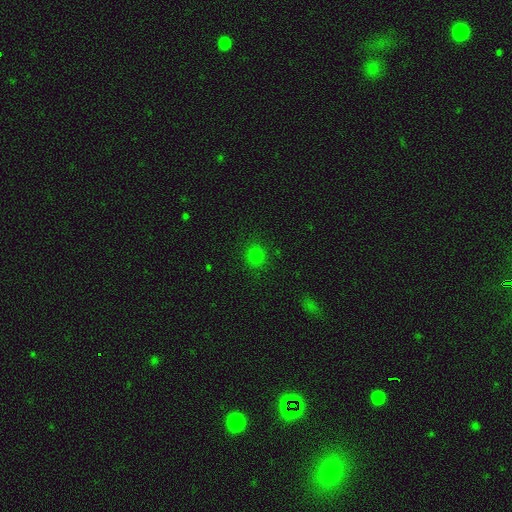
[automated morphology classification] Smooth or featured: smooth — 78% (star or artifact — 18%)
How rounded: round — 87% (in between — 11%)
Merging: none — 89% (minor disturbance — 7%)